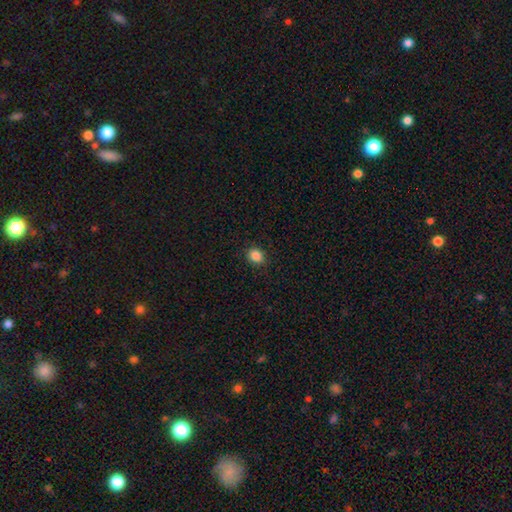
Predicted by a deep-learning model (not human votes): Overall: smooth (86%). How rounded: round (63%; in between 36%). Merging: none (89%).